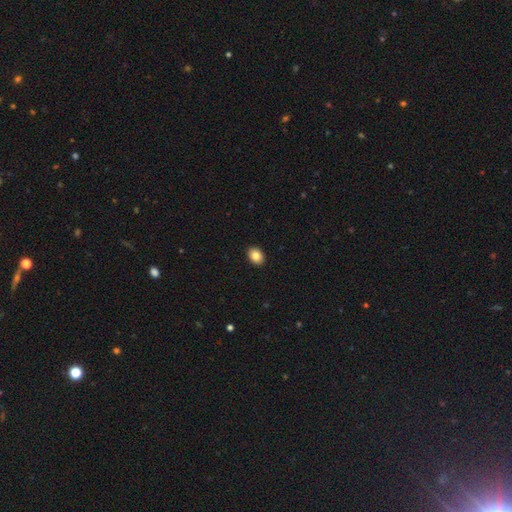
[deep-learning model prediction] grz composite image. It shows a smooth galaxy with no disk features (85%) that is in between round and cigar-shaped (69%). Merging: none (92%).